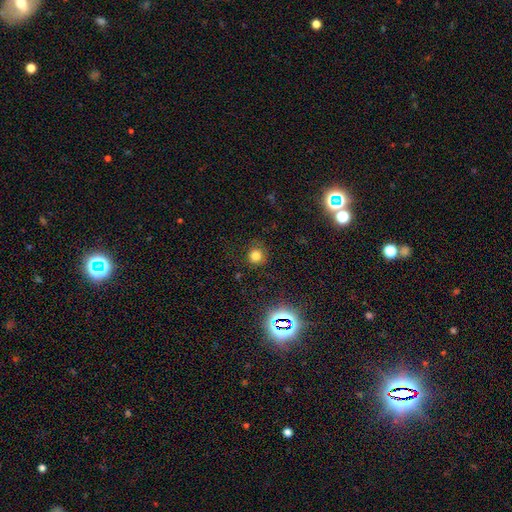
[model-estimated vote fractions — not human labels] Smooth or featured? Predicted: smooth (p=0.76). How rounded? Predicted: round (p=0.91). Merging? Predicted: none (p=0.83).